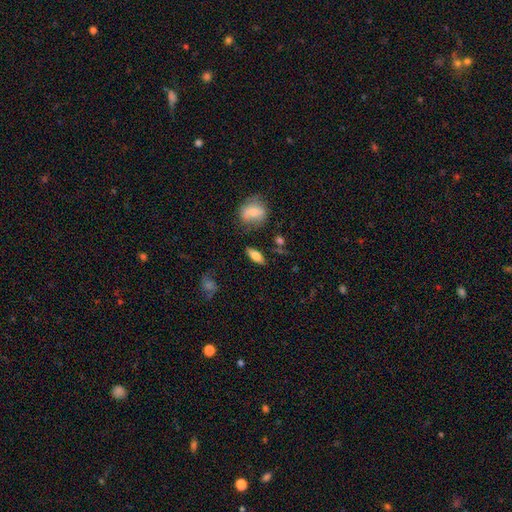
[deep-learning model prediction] Morphology: type=smooth (72%); roundness=in between (72%); merging=none (81%).